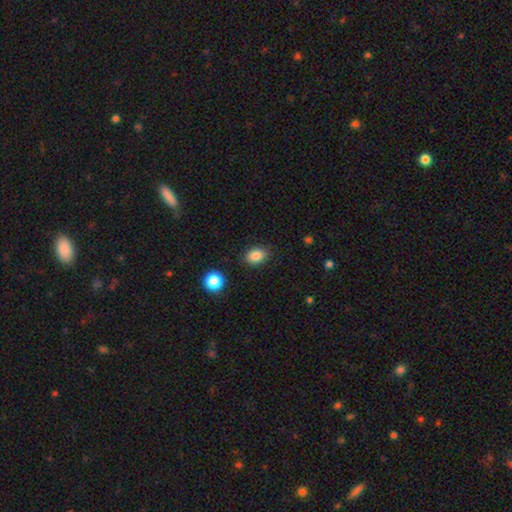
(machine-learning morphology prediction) This appears to be a smooth galaxy with no disk features (86%) that is in between round and cigar-shaped (69%). Merging: none (86%).